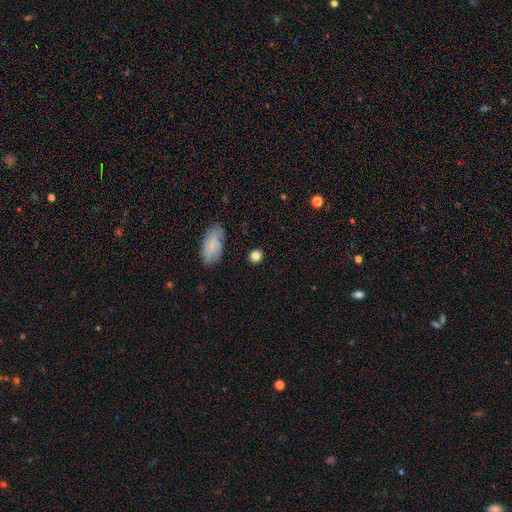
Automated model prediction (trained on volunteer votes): A smooth galaxy with no disk features (80%) that is round (78%). Merging: none (85%).